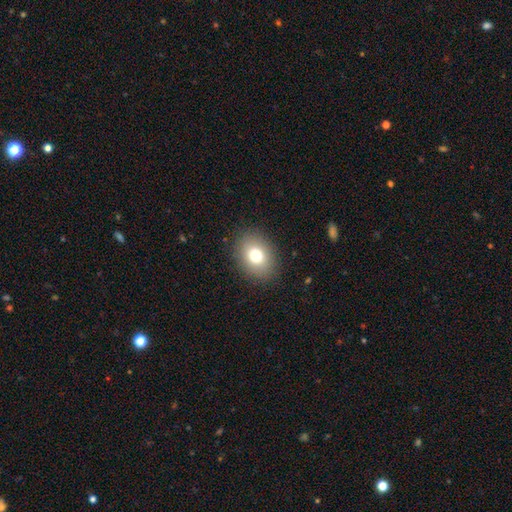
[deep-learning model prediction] Smooth or featured? Predicted: smooth (p=0.76). How rounded? Predicted: in between (p=0.62). Merging? Predicted: none (p=0.87).